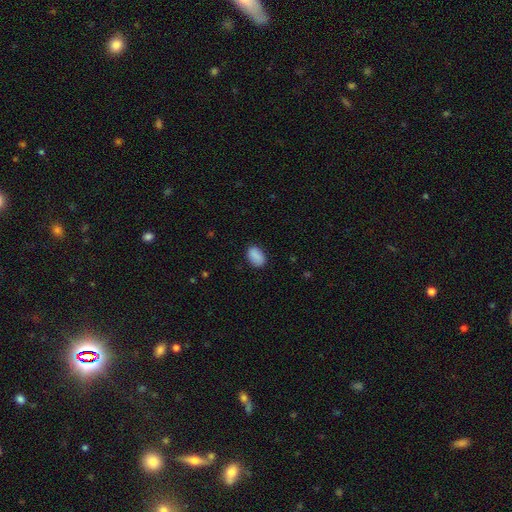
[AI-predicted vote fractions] Smooth or featured: smooth — 89% (star or artifact — 7%)
How rounded: in between — 89% (round — 9%)
Merging: none — 83% (minor disturbance — 13%)